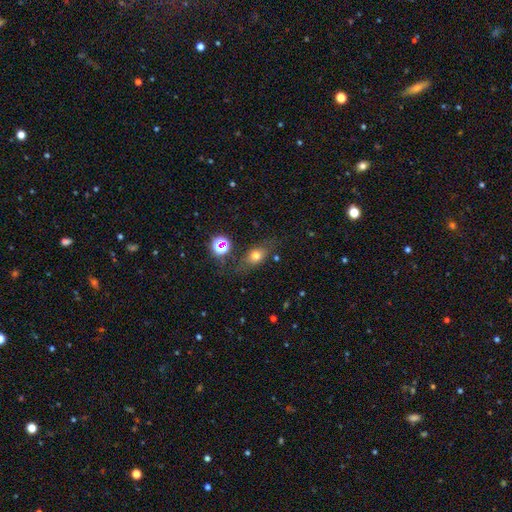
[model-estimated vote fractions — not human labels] smooth_or_featured: smooth (p=0.66) [alt: featured or disk p=0.17]
how_rounded: in between (p=0.59) [alt: round p=0.33]
merging: none (p=0.68) [alt: minor disturbance p=0.18]